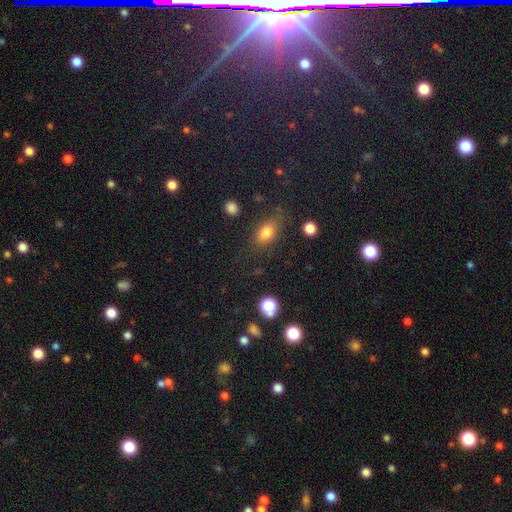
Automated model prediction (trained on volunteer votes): The model was most divided on "smooth or featured": smooth: 49%, star or artifact: 39%, featured or disk: 12%. More confident: merging — none (82%).